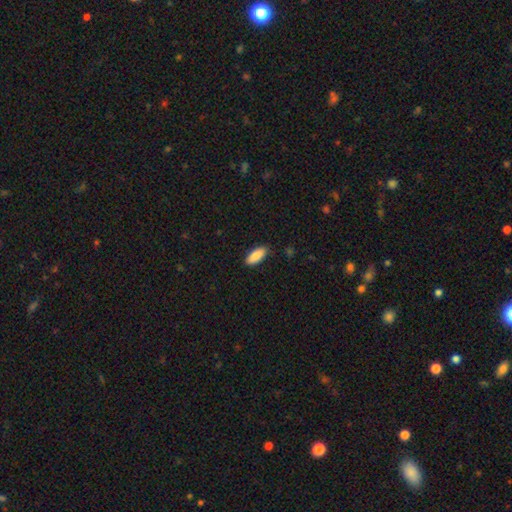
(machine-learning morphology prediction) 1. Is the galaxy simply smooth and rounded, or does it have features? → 89% smooth, 6% star or artifact, 5% featured or disk.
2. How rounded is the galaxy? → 79% in between, 19% cigar-shaped, 2% round.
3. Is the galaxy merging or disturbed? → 88% none, 9% minor disturbance, 2% major disturbance, 1% merger.